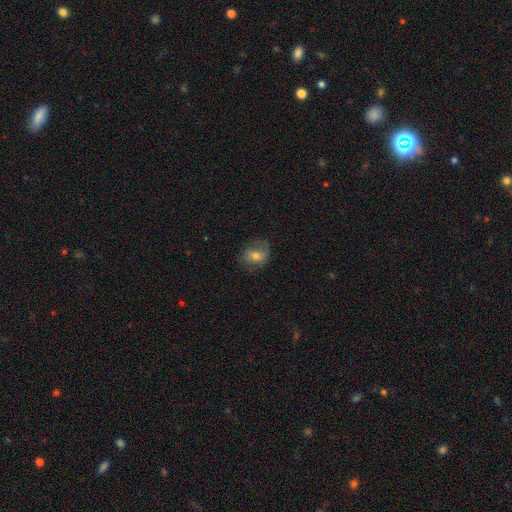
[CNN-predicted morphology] smooth_or_featured: smooth (p=0.63) [alt: featured or disk p=0.27]
how_rounded: in between (p=0.52) [alt: round p=0.46]
merging: none (p=0.64) [alt: minor disturbance p=0.24]